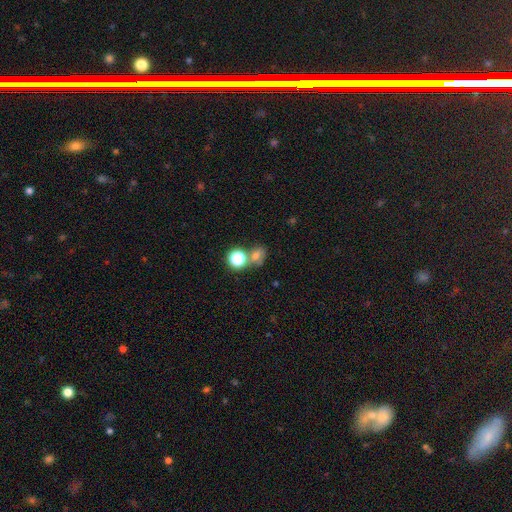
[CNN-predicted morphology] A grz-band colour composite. It shows a smooth galaxy with no disk features (68%) that is round (57%). Merging: none (44%).